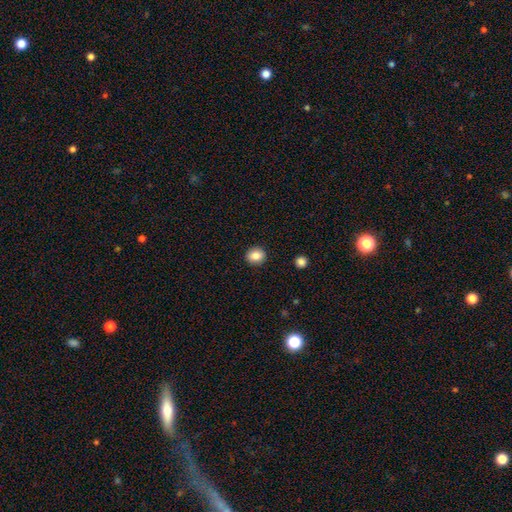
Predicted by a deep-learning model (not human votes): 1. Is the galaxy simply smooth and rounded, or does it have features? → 84% smooth, 9% star or artifact, 7% featured or disk.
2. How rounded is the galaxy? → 70% round, 29% in between, 1% cigar-shaped.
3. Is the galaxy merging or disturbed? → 91% none, 6% minor disturbance, 2% major disturbance, 1% merger.